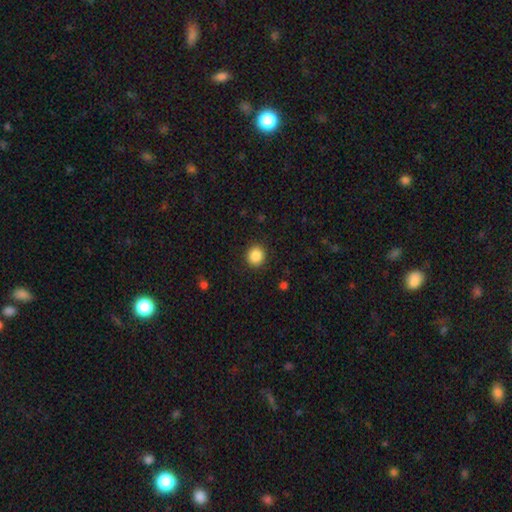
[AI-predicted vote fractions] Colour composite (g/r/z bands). It shows a smooth galaxy with no disk features (87%) that is round (88%). Merging: none (91%).